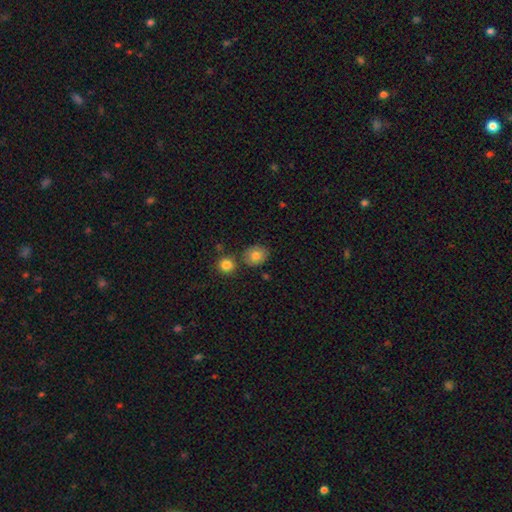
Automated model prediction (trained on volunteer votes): This appears to be a smooth galaxy with no disk features (79%) that is round (70%). Merging: none (73%).